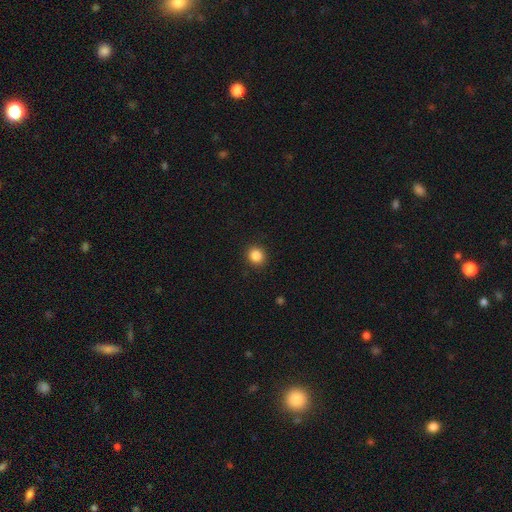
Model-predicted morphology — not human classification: The model was most divided on "how rounded": round: 83%, in between: 16%, cigar-shaped: 1%. More confident: merging — none (91%); smooth or featured — smooth (85%).